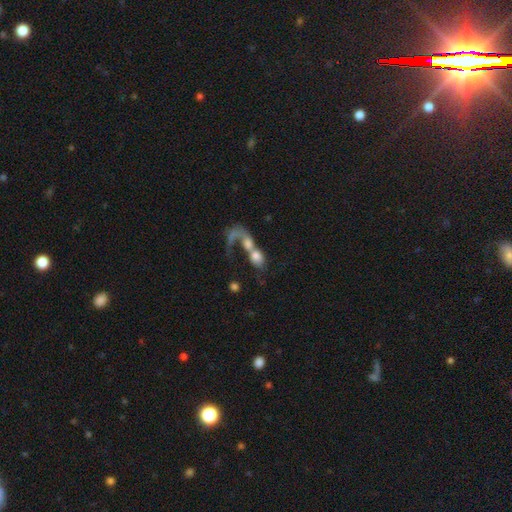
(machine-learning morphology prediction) smooth_or_featured: smooth (p=0.51) [alt: featured or disk p=0.39]
how_rounded: in between (p=0.60) [alt: round p=0.33]
merging: merger (p=0.66) [alt: major disturbance p=0.18]